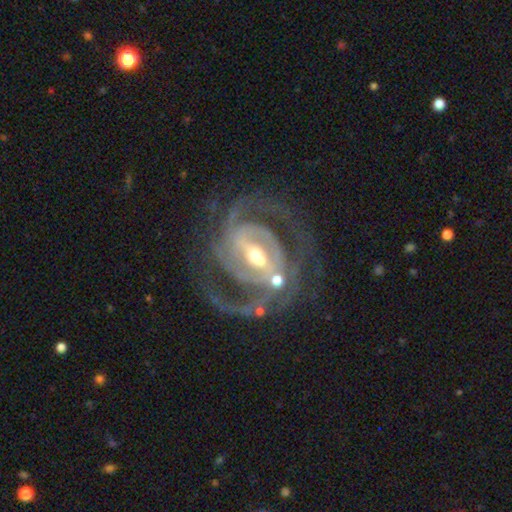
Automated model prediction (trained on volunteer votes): Smooth or featured? Predicted: featured or disk (p=0.92). Edge-on disk? Predicted: no (p=0.97). Bar? Predicted: strong (p=0.57). Spiral arms? Predicted: yes (p=0.98). Spiral winding? Predicted: tight (p=0.49). Spiral arm count? Predicted: 2 (p=0.52). Bulge size? Predicted: moderate (p=0.60). Merging? Predicted: none (p=0.67).